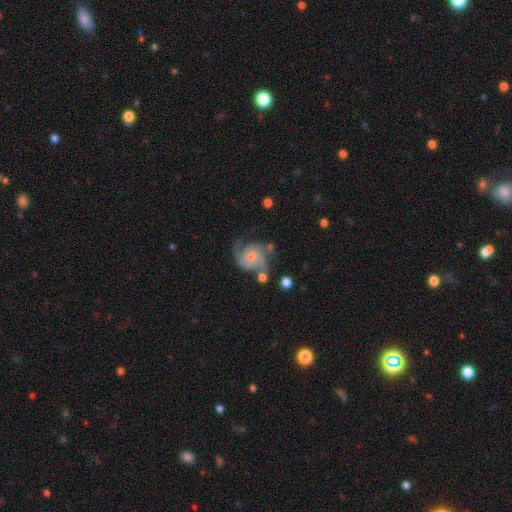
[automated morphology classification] This is clearly a featured or disk galaxy (84%). It is clearly not viewed edge-on (98%). Bar: likely no (71%). Spiral arm pattern: clearly yes (96%). Spiral arm count: likely 2 (66%). Spiral winding: possibly medium (47%). Central bulge: possibly moderate (55%). Merging: possibly none (57%).